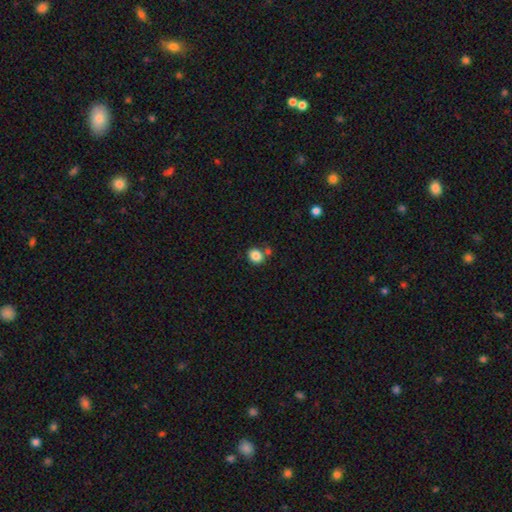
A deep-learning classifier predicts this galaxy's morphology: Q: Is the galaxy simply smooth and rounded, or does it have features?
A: smooth — 85%.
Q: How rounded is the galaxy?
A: round — 66%.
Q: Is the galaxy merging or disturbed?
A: none — 68%.